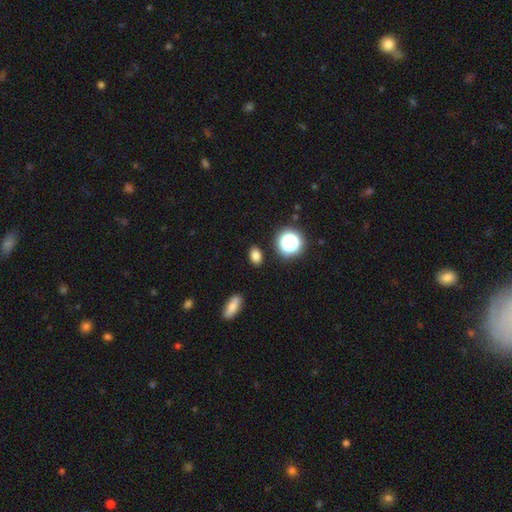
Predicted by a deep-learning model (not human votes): The model was most divided on "how rounded": in between: 72%, round: 26%, cigar-shaped: 2%. More confident: merging — none (88%); smooth or featured — smooth (79%).